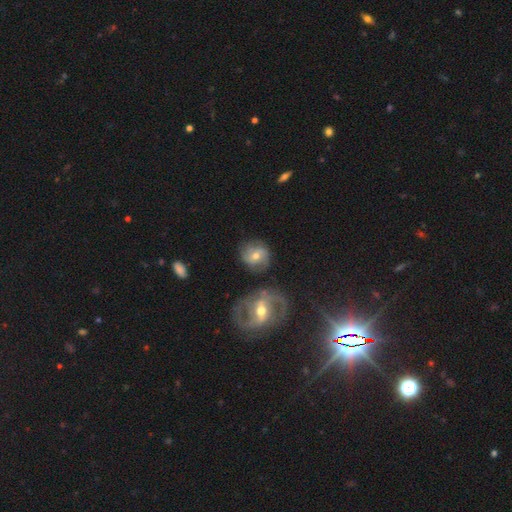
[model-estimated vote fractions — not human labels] A featured or disk galaxy (60%) with no bar (45%), spiral arms (82%) and a moderate central bulge (59%). Merging: none (67%).